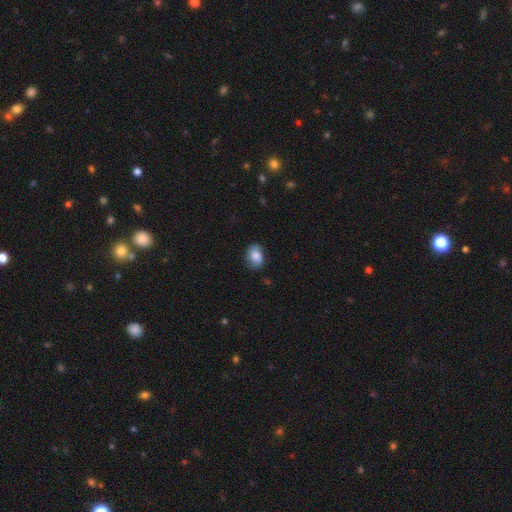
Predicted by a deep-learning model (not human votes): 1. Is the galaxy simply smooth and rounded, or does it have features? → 82% smooth, 11% featured or disk, 8% star or artifact.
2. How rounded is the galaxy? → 73% in between, 26% round, 1% cigar-shaped.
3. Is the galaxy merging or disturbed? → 78% none, 17% minor disturbance, 4% major disturbance, 1% merger.